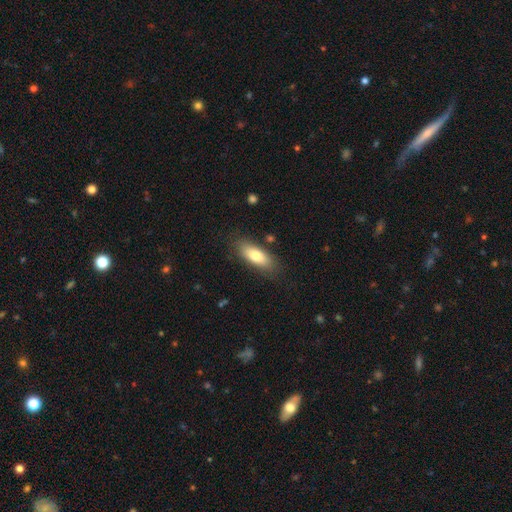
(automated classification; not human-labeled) Smooth or featured? Predicted: smooth (p=0.77). How rounded? Predicted: in between (p=0.75). Merging? Predicted: none (p=0.82).